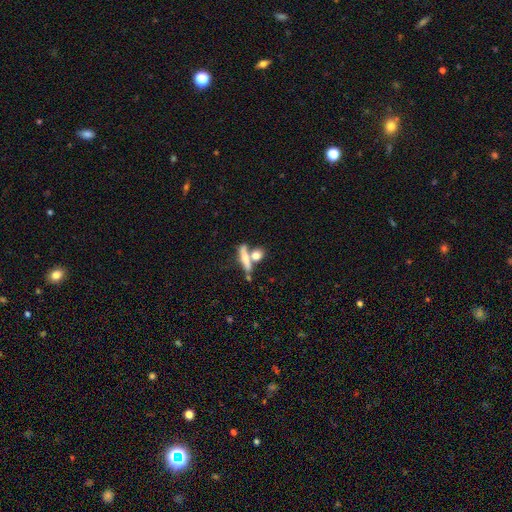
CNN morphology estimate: A smooth galaxy with no disk features (64%) that is cigar-shaped (38%).

Vote fractions:
- Smooth or featured? smooth: 64% / featured or disk: 26% / star or artifact: 10%
- How rounded? cigar-shaped: 38% / in between: 33% / round: 28%
- Merging? none: 47% / merger: 37% / minor disturbance: 10% / major disturbance: 6%